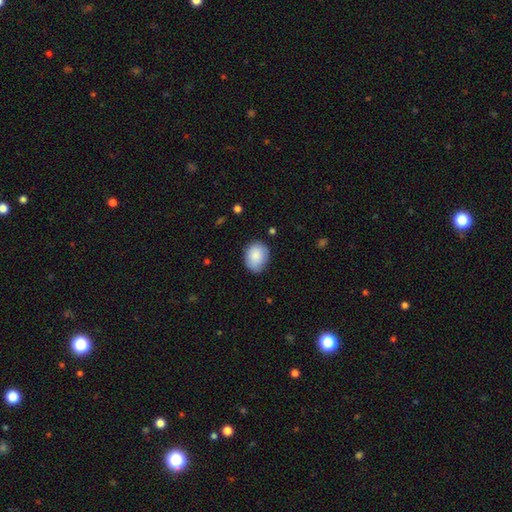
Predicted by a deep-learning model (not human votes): smooth_or_featured: smooth (p=0.86) [alt: featured or disk p=0.08]
how_rounded: in between (p=0.52) [alt: round p=0.47]
merging: none (p=0.76) [alt: minor disturbance p=0.19]